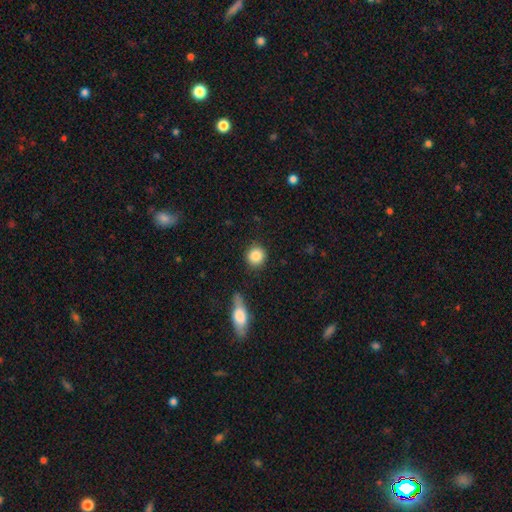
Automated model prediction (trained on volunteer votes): smooth-or-featured: smooth: 86% | star or artifact: 8% | featured or disk: 6%
  how-rounded: round: 90% | in between: 9% | cigar-shaped: 1%
  merging: none: 87% | minor disturbance: 8% | major disturbance: 3% | merger: 3%